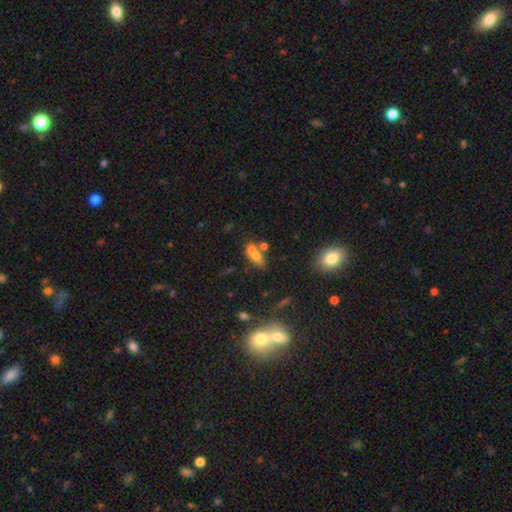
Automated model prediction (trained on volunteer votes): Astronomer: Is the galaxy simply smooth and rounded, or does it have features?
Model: smooth — 63%.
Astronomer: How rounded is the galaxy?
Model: in between — 73%.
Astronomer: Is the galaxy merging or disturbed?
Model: merger — 50% (runner-up: none, 33%).